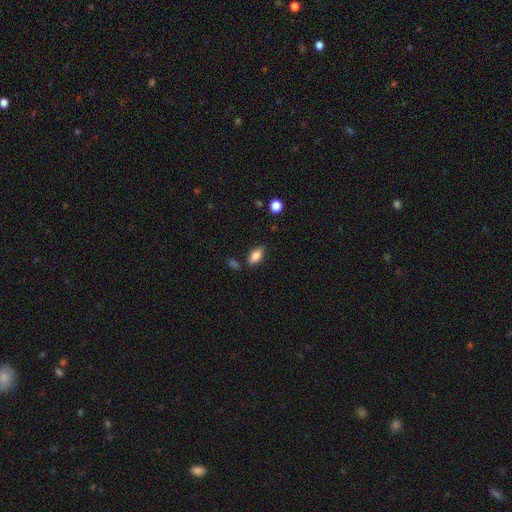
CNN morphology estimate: The model was most divided on "merging": none: 80%, minor disturbance: 13%, merger: 4%, major disturbance: 3%. More confident: how rounded — in between (89%); smooth or featured — smooth (84%).